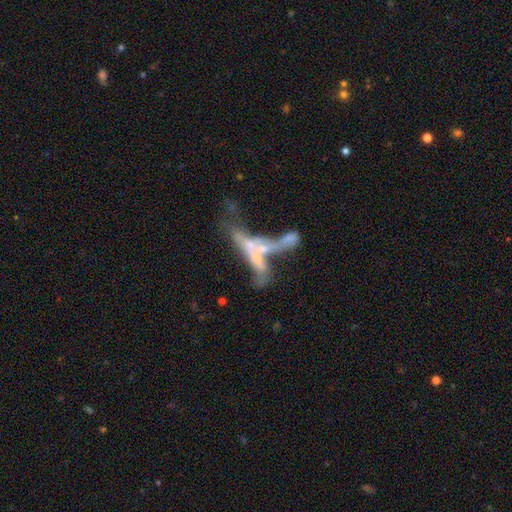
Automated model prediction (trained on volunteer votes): The model was most divided on "edge-on disk": no: 69%, yes: 31%. More confident: smooth or featured — featured or disk (63%); merging — merger (59%).